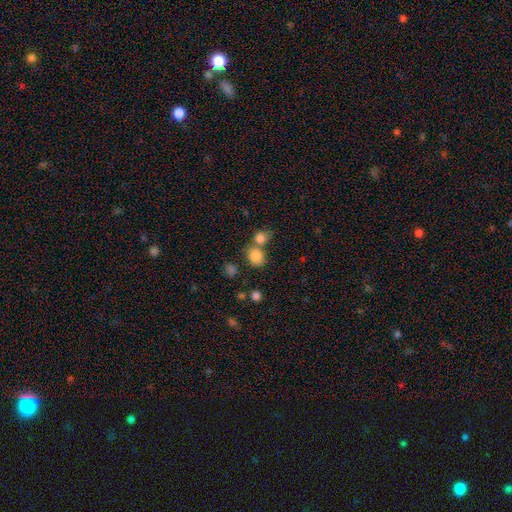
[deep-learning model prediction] smooth 83%, star or artifact 11%, featured or disk 6%. Down the decision tree: how rounded — round (62%); merging — none (47%).